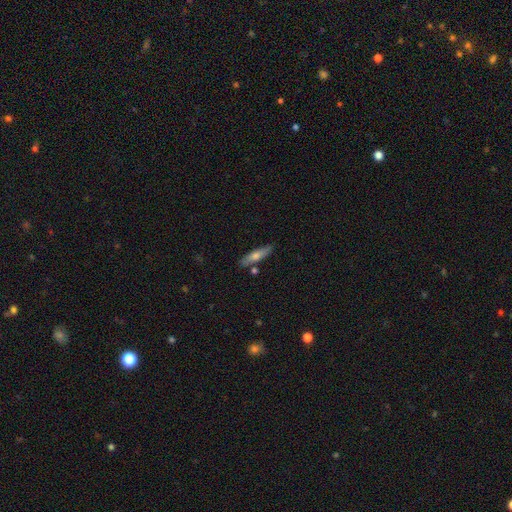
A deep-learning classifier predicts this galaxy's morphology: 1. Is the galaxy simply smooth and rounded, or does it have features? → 54% smooth, 39% featured or disk, 7% star or artifact.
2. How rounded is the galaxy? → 78% cigar-shaped, 20% in between, 2% round.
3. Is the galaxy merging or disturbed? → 81% none, 12% minor disturbance, 5% merger, 2% major disturbance.